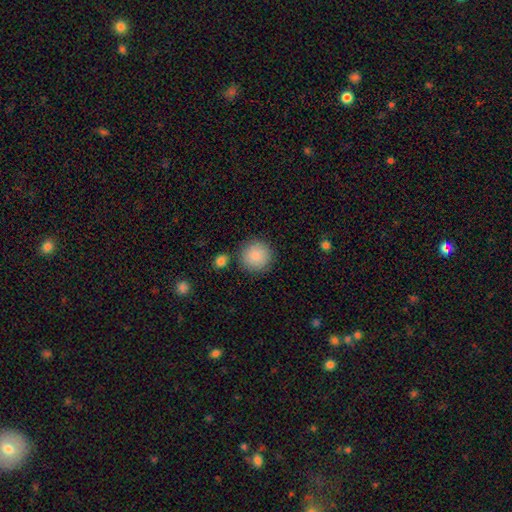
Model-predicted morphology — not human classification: This appears to be a smooth galaxy with no disk features (88%) that is round (94%). Merging: none (85%).